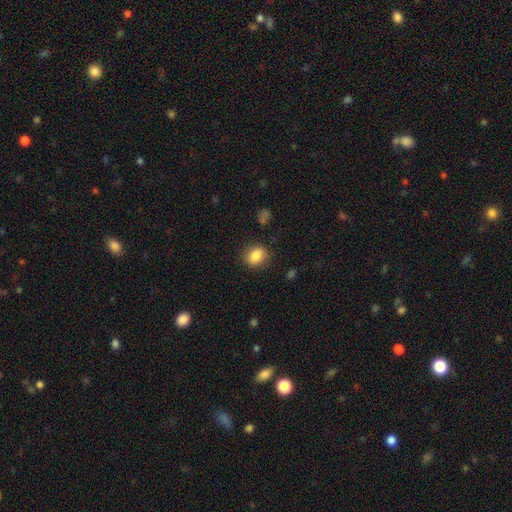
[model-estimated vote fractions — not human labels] Smooth or featured?
  - smooth: 85% *
  - star or artifact: 9%
  - featured or disk: 5%
How rounded?
  - round: 58% *
  - in between: 41%
  - cigar-shaped: 1%
Merging?
  - none: 87% *
  - minor disturbance: 9%
  - major disturbance: 3%
  - merger: 1%